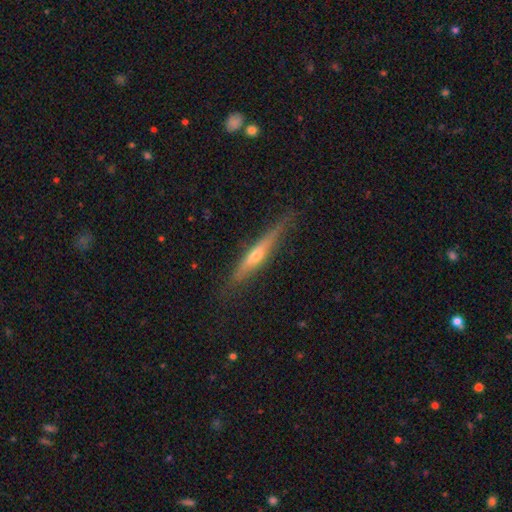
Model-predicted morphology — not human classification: smooth_or_featured: featured or disk (p=0.60) [alt: smooth p=0.33]
disk_edge_on: yes (p=0.93) [alt: no p=0.07]
edge_on_bulge: rounded (p=0.75) [alt: none p=0.20]
merging: none (p=0.78) [alt: minor disturbance p=0.17]